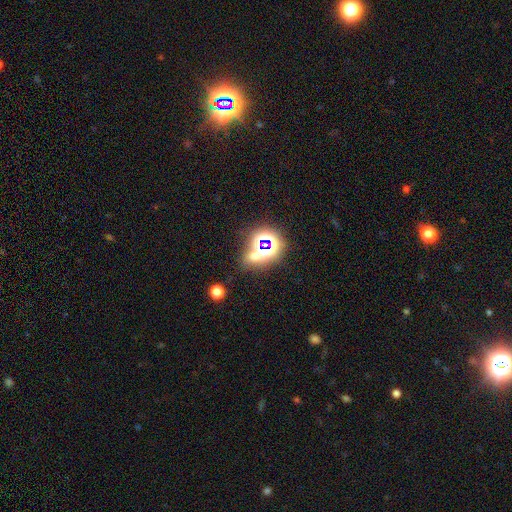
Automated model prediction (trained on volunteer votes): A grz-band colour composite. It shows a star or artifact, not a galaxy (54%).